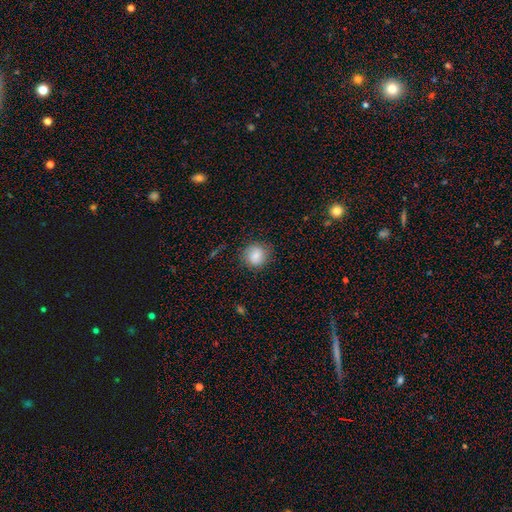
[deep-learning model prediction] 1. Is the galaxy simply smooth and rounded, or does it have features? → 83% smooth, 9% featured or disk, 8% star or artifact.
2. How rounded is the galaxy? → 88% round, 12% in between, 1% cigar-shaped.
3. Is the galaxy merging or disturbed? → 83% none, 12% minor disturbance, 4% major disturbance, 1% merger.